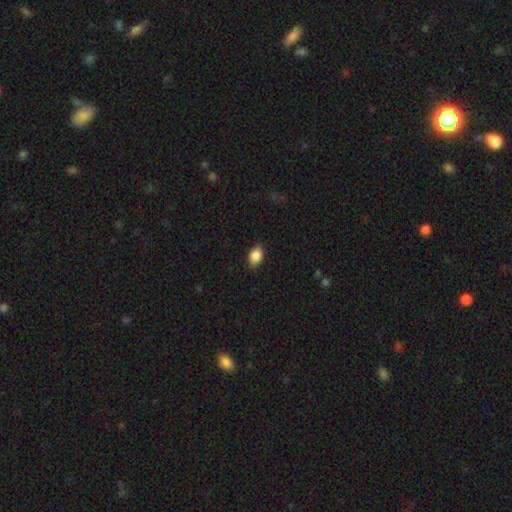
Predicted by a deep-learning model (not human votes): Smooth or featured: smooth — 88% (star or artifact — 8%)
How rounded: in between — 72% (round — 27%)
Merging: none — 86% (minor disturbance — 11%)